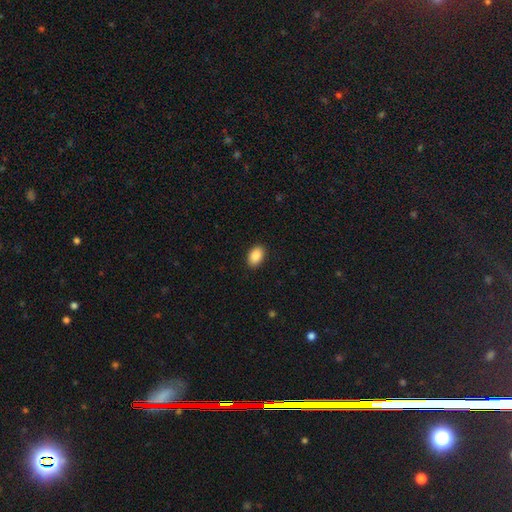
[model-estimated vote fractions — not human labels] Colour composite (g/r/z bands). It shows a smooth galaxy with no disk features (90%) that is in between round and cigar-shaped (89%). Merging: none (90%).